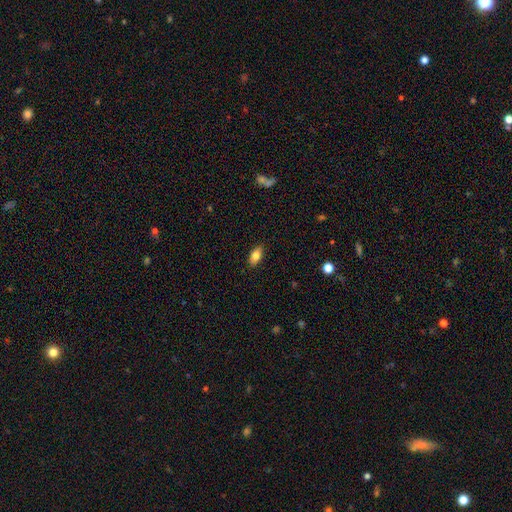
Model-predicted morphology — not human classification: Overall: smooth (80%). How rounded: in between (89%). Merging: none (88%).